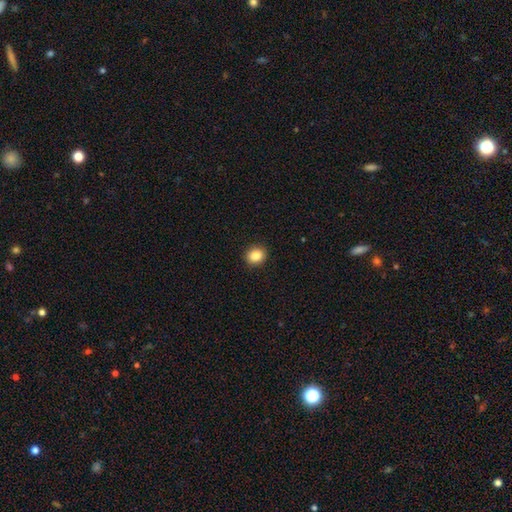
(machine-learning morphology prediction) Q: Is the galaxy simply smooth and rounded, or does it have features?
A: smooth — 87%.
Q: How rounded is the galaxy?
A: round — 72%.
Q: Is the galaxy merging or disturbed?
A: none — 91%.